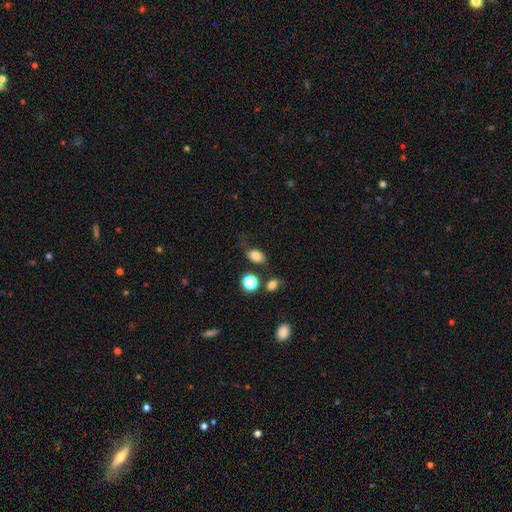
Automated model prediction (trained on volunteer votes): Morphology: type=smooth (79%); roundness=in between (80%); merging=none (59%).